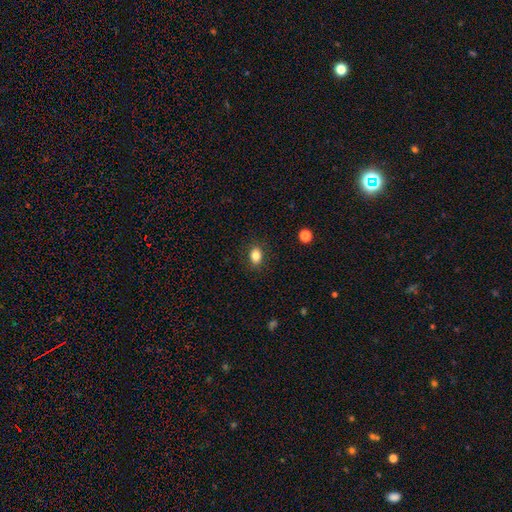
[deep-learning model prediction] This appears to be a smooth galaxy with no disk features (83%) that is in between round and cigar-shaped (70%). Merging: none (87%).